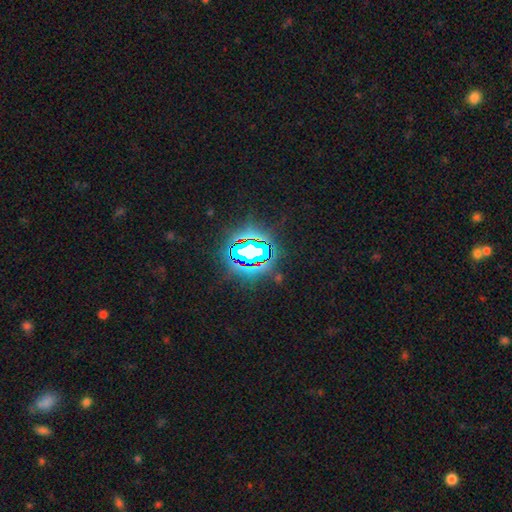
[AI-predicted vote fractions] smooth_or_featured: star or artifact (p=0.76) [alt: smooth p=0.12]